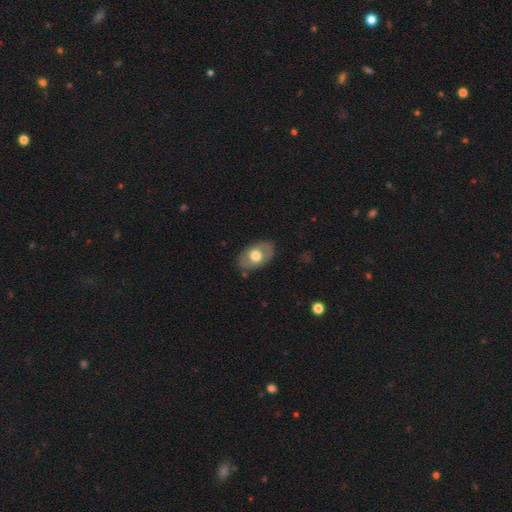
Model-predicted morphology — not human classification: Smooth or featured?
  - smooth: 57% *
  - featured or disk: 37%
  - star or artifact: 6%
How rounded?
  - in between: 86% *
  - round: 13%
  - cigar-shaped: 1%
Merging?
  - none: 83% *
  - minor disturbance: 13%
  - major disturbance: 3%
  - merger: 1%